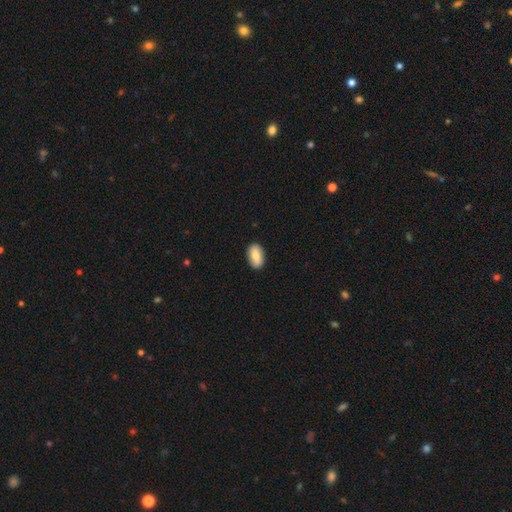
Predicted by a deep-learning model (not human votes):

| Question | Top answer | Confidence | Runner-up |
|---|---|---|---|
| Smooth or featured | smooth | 78% | featured or disk (16%) |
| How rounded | in between | 92% | round (5%) |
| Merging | none | 88% | minor disturbance (9%) |